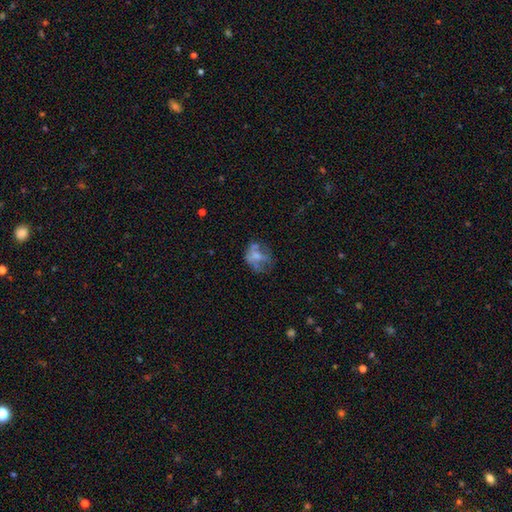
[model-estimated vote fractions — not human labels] Smooth or featured: smooth — 46% (featured or disk — 41%)
Merging: none — 43% (major disturbance — 27%)